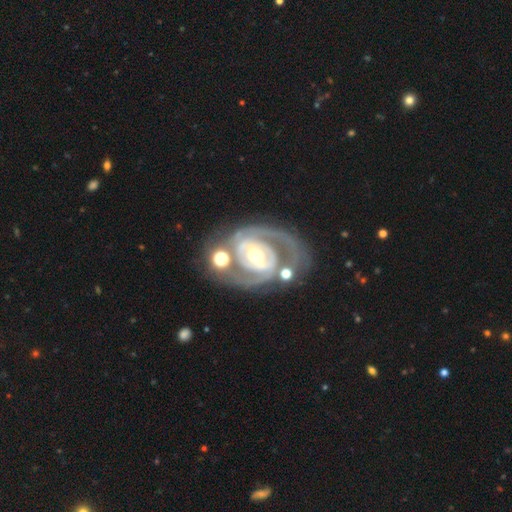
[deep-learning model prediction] smooth_or_featured: featured or disk (p=0.89) [alt: smooth p=0.07]
disk_edge_on: no (p=0.97) [alt: yes p=0.03]
bar: strong (p=0.39) [alt: weak p=0.38]
has_spiral_arms: yes (p=0.91) [alt: no p=0.09]
spiral_winding: tight (p=0.53) [alt: medium p=0.37]
spiral_arm_count: 2 (p=0.75) [alt: can't tell p=0.11]
bulge_size: moderate (p=0.62) [alt: small p=0.29]
merging: none (p=0.61) [alt: minor disturbance p=0.17]